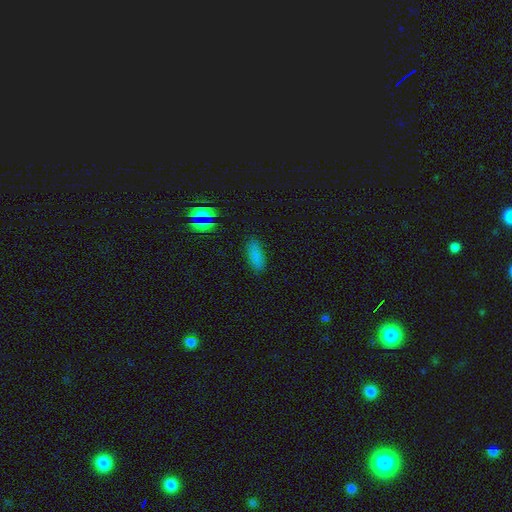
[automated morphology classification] smooth 81%, star or artifact 13%, featured or disk 6%. Down the decision tree: how rounded — in between (73%); merging — none (84%).